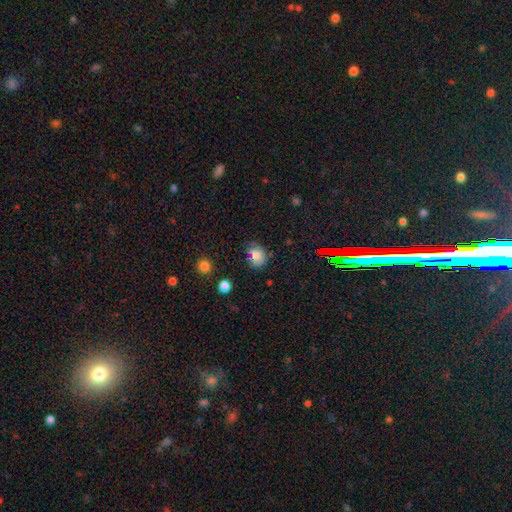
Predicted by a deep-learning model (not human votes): This appears to be a smooth galaxy with no disk features (80%) that is round (61%). Merging: none (66%).